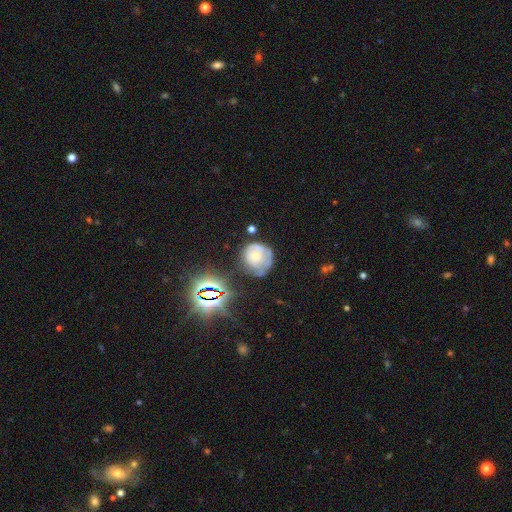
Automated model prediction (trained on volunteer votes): Smooth or featured? featured or disk (44%)
Merging? none (46%)